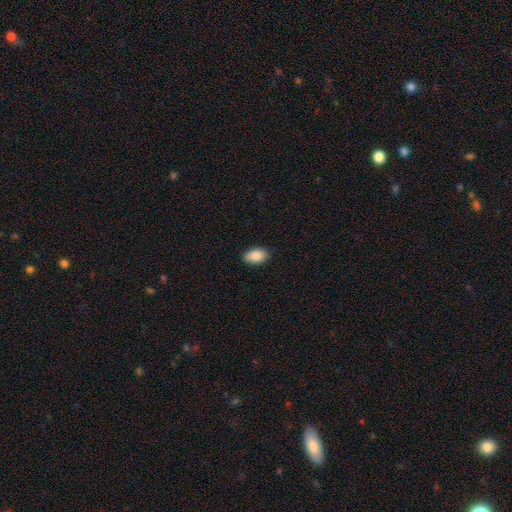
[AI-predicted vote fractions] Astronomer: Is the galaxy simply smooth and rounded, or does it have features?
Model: smooth — 86%.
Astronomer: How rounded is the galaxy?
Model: in between — 91%.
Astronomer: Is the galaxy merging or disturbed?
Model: none — 88%.